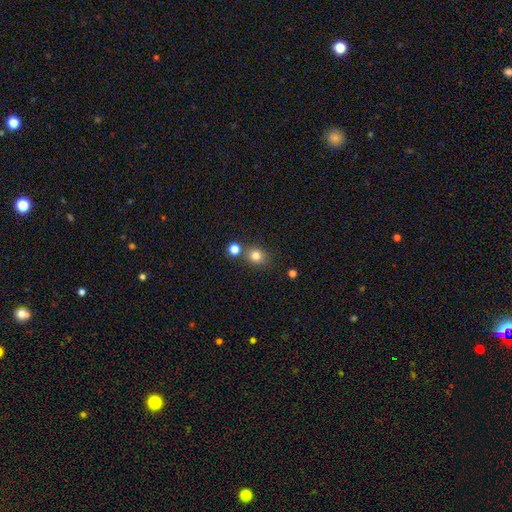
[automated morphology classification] smooth 79%, star or artifact 14%, featured or disk 7%. Down the decision tree: how rounded — round (74%); merging — none (73%).